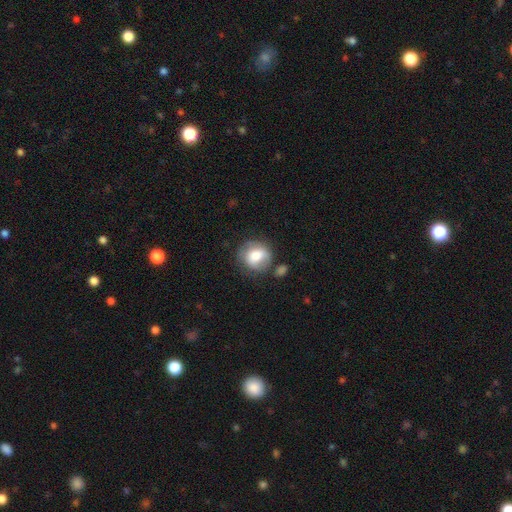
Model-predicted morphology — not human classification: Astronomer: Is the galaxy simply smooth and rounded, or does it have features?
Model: smooth — 67%.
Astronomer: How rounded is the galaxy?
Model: round — 79%.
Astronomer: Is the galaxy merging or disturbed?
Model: none — 63%.